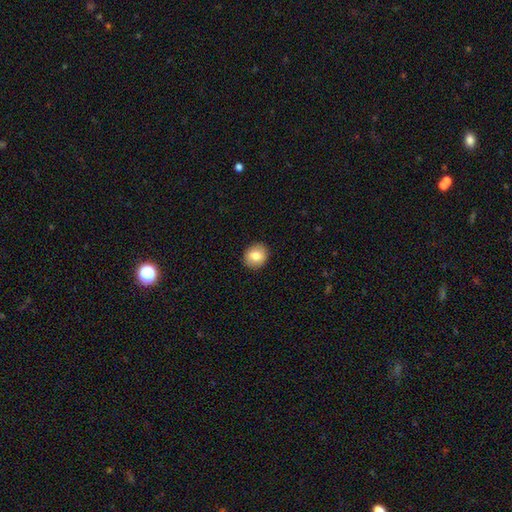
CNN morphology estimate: The model was most divided on "how rounded": round: 79%, in between: 20%, cigar-shaped: 1%. More confident: merging — none (91%); smooth or featured — smooth (81%).